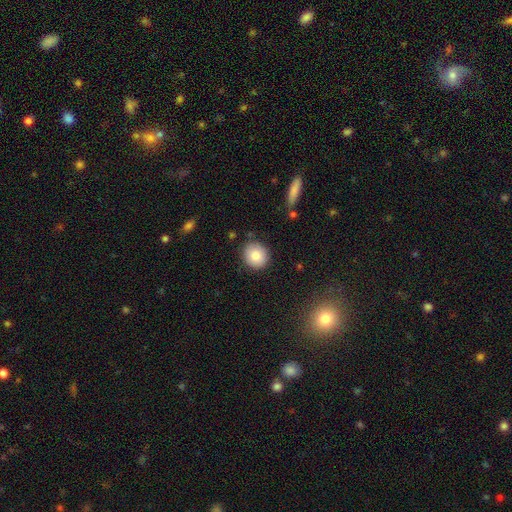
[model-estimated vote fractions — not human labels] Q: Smooth or featured?
A: smooth (84%); runner-up: star or artifact (8%)
Q: How rounded?
A: round (86%); runner-up: in between (13%)
Q: Merging?
A: none (86%); runner-up: minor disturbance (10%)